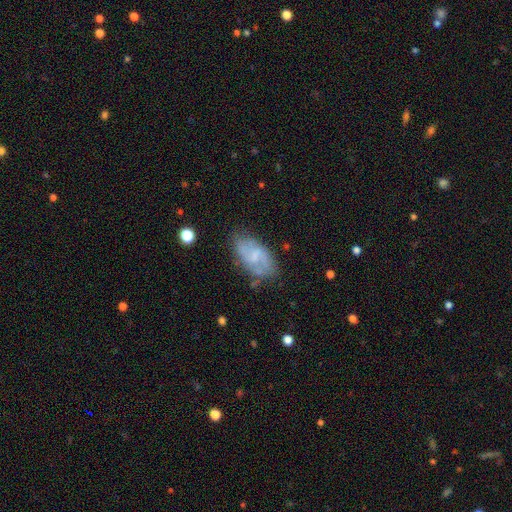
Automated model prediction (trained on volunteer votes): This appears to be a featured or disk galaxy (63%) with a weak bar (50%), spiral arms (82%) and a small central bulge (41%). Merging: none (66%).